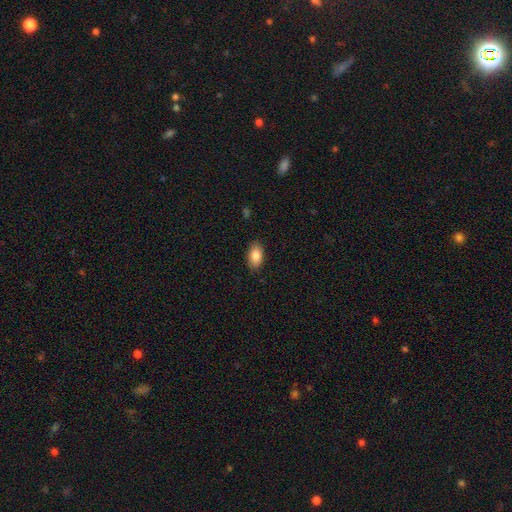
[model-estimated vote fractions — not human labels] Q: Smooth or featured?
A: smooth (86%); runner-up: star or artifact (7%)
Q: How rounded?
A: in between (93%); runner-up: round (5%)
Q: Merging?
A: none (87%); runner-up: minor disturbance (10%)